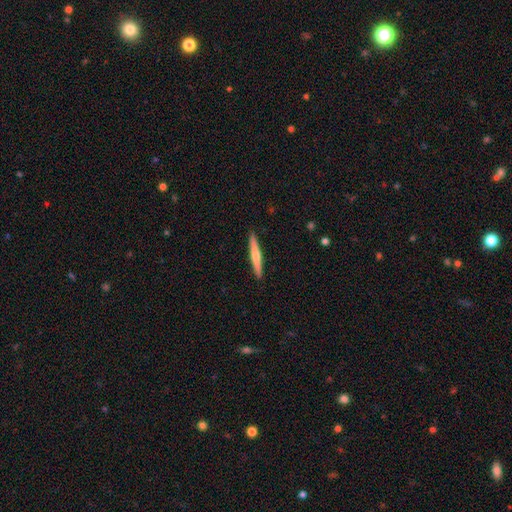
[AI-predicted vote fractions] Smooth or featured? Predicted: smooth (p=0.49). Merging? Predicted: none (p=0.92).